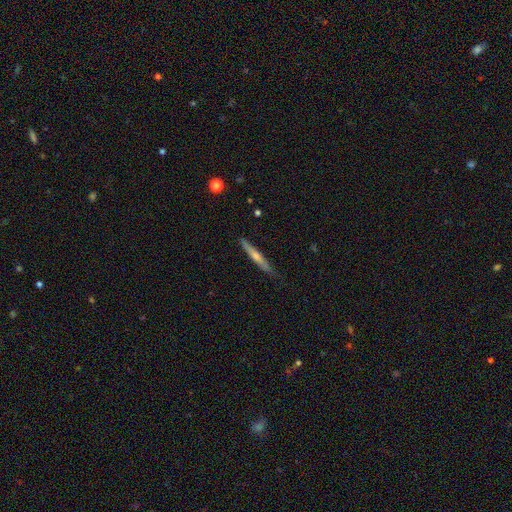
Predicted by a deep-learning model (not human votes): smooth_or_featured: featured or disk (p=0.56) [alt: smooth p=0.38]
disk_edge_on: yes (p=0.95) [alt: no p=0.05]
edge_on_bulge: rounded (p=0.70) [alt: none p=0.26]
merging: none (p=0.83) [alt: minor disturbance p=0.13]